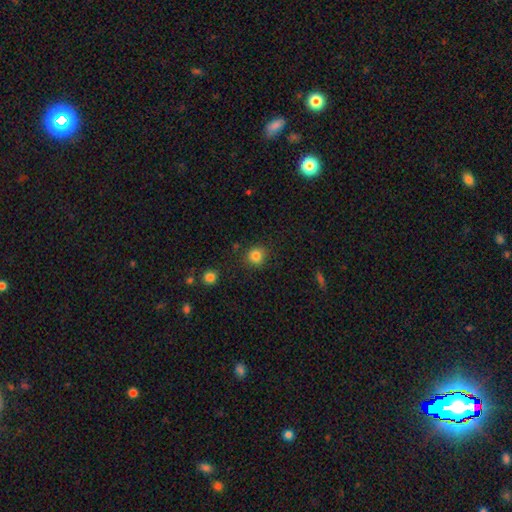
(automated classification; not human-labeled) Overall: smooth (83%). How rounded: round (92%). Merging: none (87%).